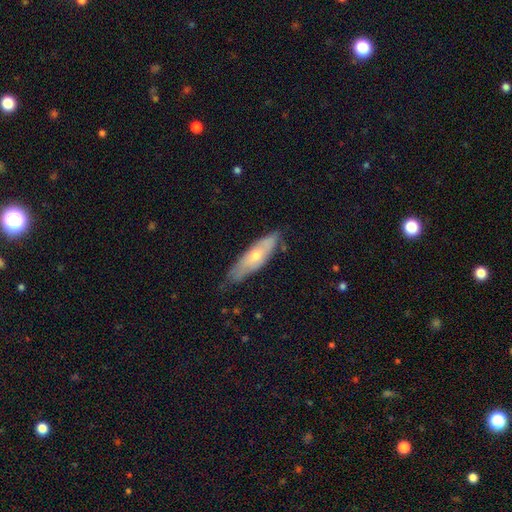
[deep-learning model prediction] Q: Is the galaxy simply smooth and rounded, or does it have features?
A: featured or disk — 48%.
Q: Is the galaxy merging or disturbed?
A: none — 68%.